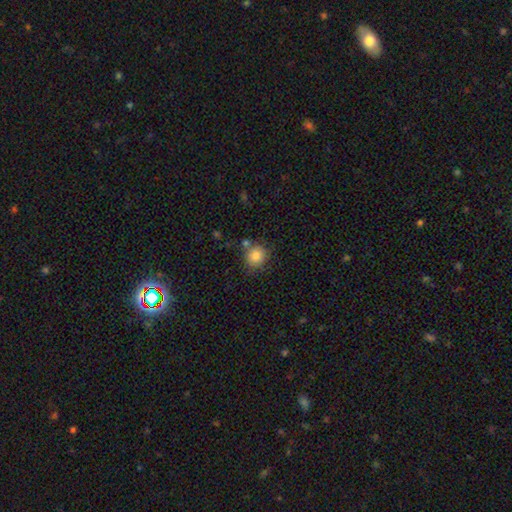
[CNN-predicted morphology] A smooth galaxy with no disk features (84%) that is round (84%).

Vote fractions:
- Smooth or featured? smooth: 84% / star or artifact: 10% / featured or disk: 7%
- How rounded? round: 84% / in between: 16% / cigar-shaped: 1%
- Merging? none: 72% / minor disturbance: 14% / merger: 11% / major disturbance: 4%